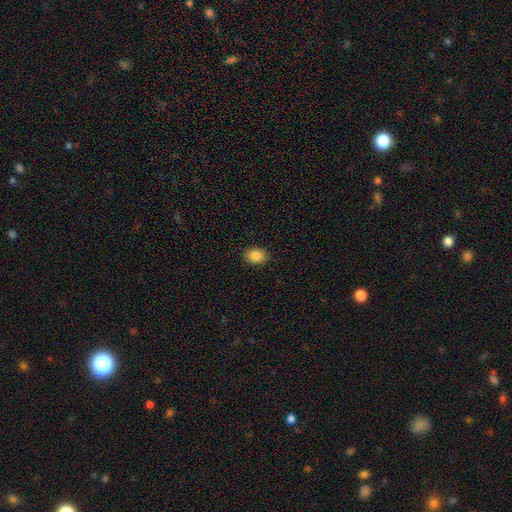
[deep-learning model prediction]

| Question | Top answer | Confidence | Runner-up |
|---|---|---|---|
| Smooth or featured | smooth | 86% | star or artifact (9%) |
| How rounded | in between | 68% | round (31%) |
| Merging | none | 89% | minor disturbance (8%) |